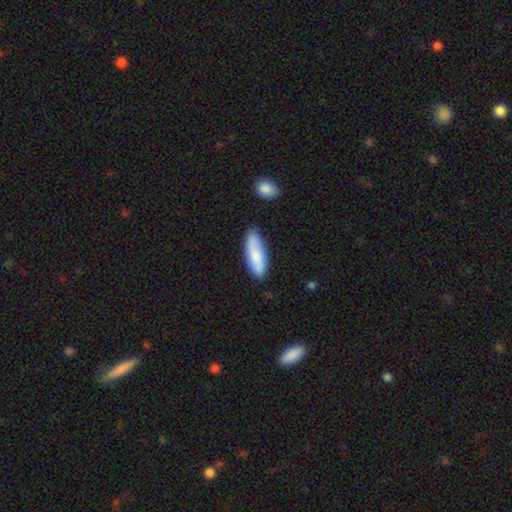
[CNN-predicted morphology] A smooth galaxy with no disk features (82%) that is in between round and cigar-shaped (57%). Merging: none (81%).